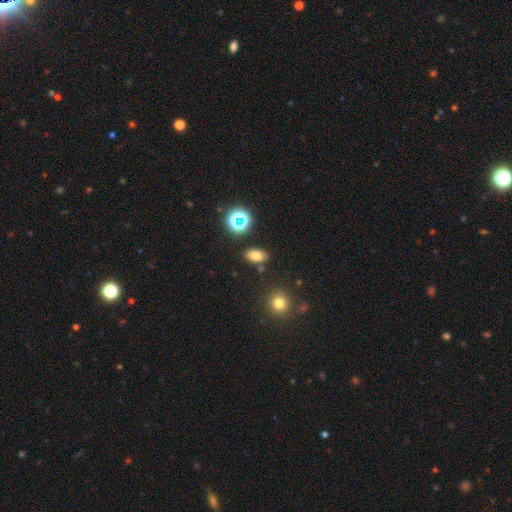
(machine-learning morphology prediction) smooth-or-featured: smooth: 74% | star or artifact: 18% | featured or disk: 8%
  how-rounded: in between: 86% | round: 11% | cigar-shaped: 3%
  merging: none: 83% | minor disturbance: 9% | merger: 5% | major disturbance: 3%